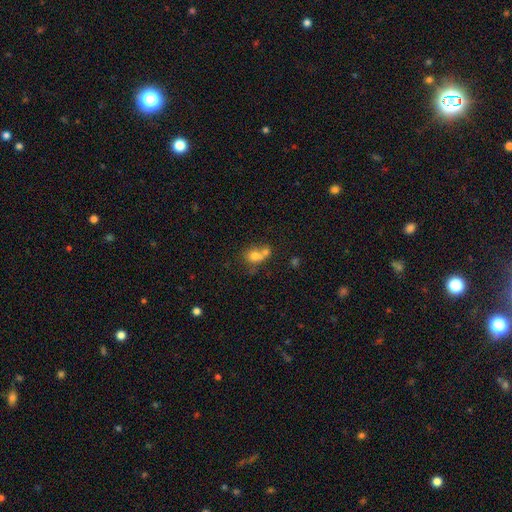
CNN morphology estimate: smooth 69%, featured or disk 17%, star or artifact 14%. Down the decision tree: how rounded — round (64%); merging — merger (53%).